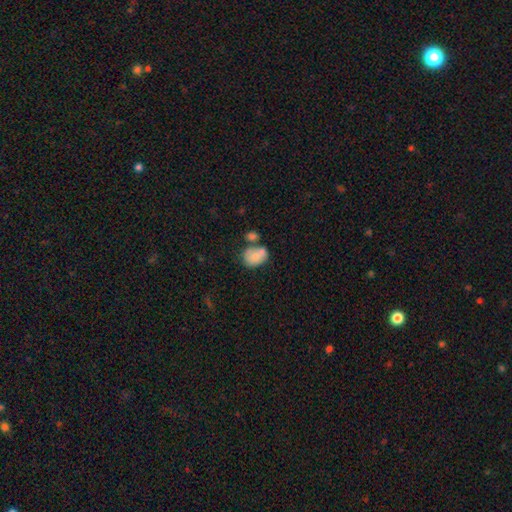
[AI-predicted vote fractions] The model was most divided on "merging": merger: 37%, none: 36%, minor disturbance: 19%, major disturbance: 8%. More confident: smooth or featured — smooth (77%); how rounded — in between (66%).